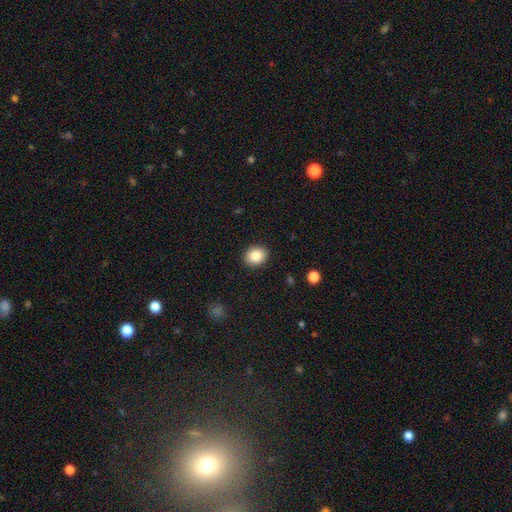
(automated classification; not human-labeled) Morphology: type=smooth (86%); roundness=round (59%); merging=none (90%).